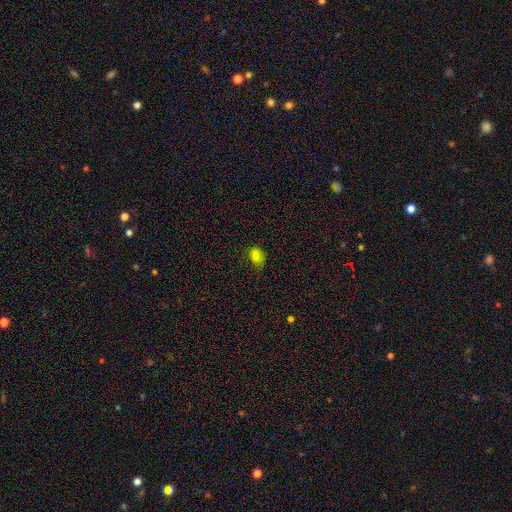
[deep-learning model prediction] A smooth galaxy with no disk features (77%) that is in between round and cigar-shaped (68%). Merging: none (60%).